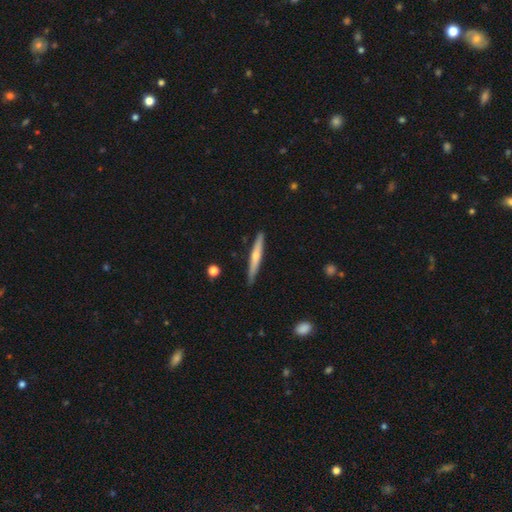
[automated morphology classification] Smooth or featured? featured or disk (57%)
Edge-on disk? yes (96%)
Edge-on bulge? rounded (74%)
Merging? none (89%)